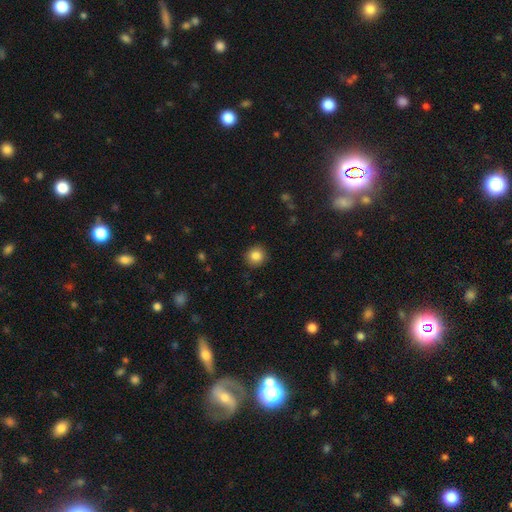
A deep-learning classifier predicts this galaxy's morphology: smooth-or-featured: smooth: 85% | star or artifact: 10% | featured or disk: 5%
  how-rounded: round: 92% | in between: 7% | cigar-shaped: 1%
  merging: none: 91% | minor disturbance: 7% | major disturbance: 2% | merger: 1%